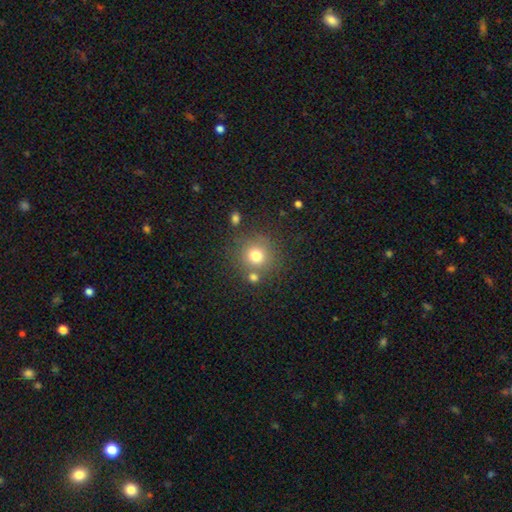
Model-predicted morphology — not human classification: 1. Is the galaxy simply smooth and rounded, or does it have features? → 75% smooth, 15% star or artifact, 10% featured or disk.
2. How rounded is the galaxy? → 91% round, 8% in between, 1% cigar-shaped.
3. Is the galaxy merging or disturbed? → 74% none, 12% merger, 10% minor disturbance, 4% major disturbance.